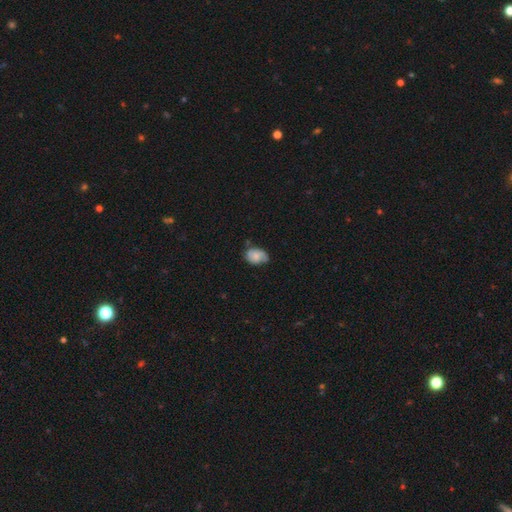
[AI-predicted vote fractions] Morphology: type=smooth (64%); roundness=in between (74%); merging=none (53%).